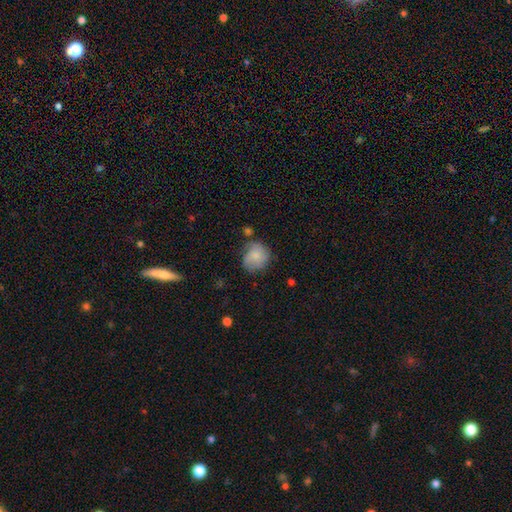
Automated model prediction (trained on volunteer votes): Smooth or featured? smooth (70%)
How rounded? round (78%)
Merging? none (58%)